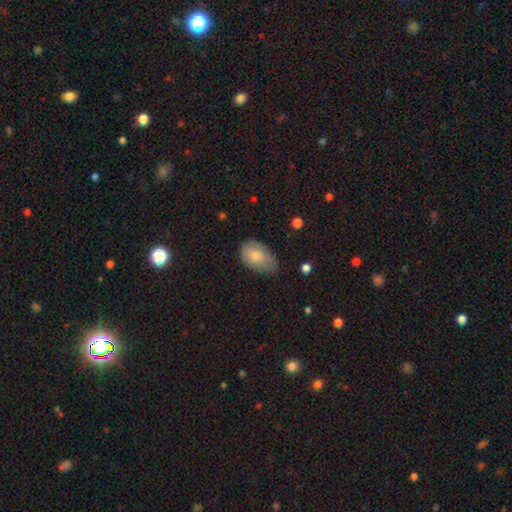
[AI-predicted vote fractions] The model was most divided on "merging": none: 55%, minor disturbance: 36%, major disturbance: 7%, merger: 2%. More confident: how rounded — in between (90%); smooth or featured — smooth (79%).